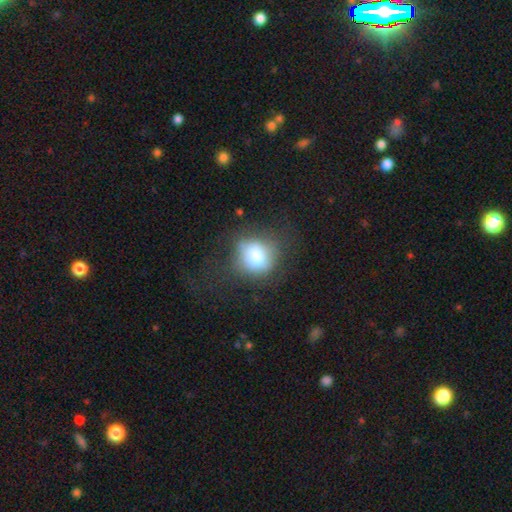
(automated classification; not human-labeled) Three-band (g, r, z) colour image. It shows a smooth galaxy with no disk features (77%) that is round (78%). Merging: none (60%).